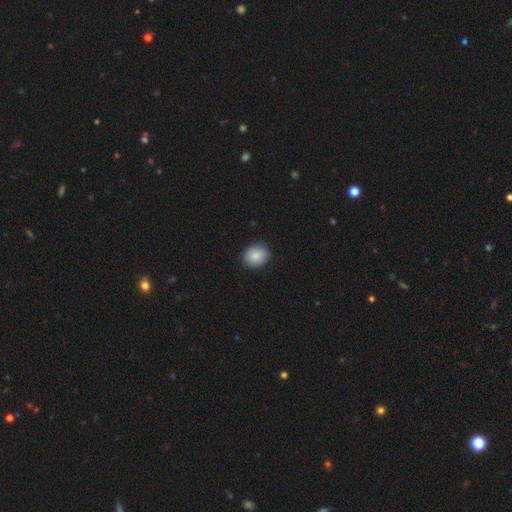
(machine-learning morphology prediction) Smooth or featured? smooth (87%)
How rounded? round (66%)
Merging? none (88%)